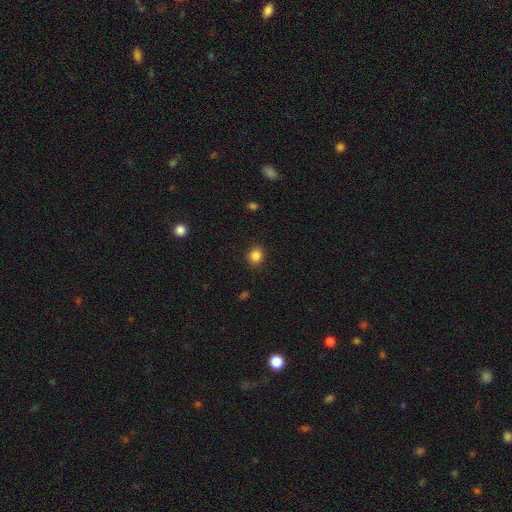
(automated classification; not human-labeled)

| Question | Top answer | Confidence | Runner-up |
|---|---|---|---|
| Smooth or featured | smooth | 85% | star or artifact (11%) |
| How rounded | round | 77% | in between (22%) |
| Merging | none | 89% | minor disturbance (7%) |